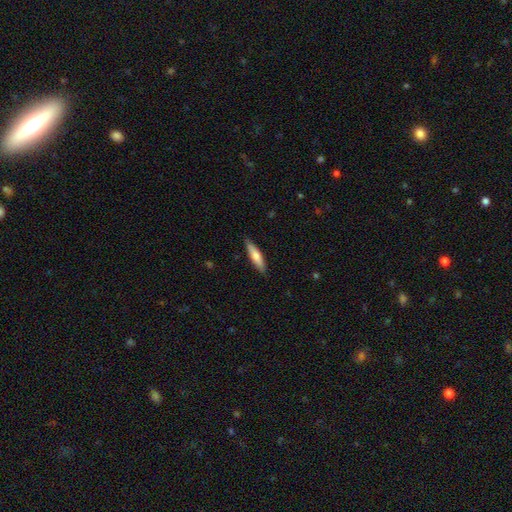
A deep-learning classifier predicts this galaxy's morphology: The model was most divided on "smooth or featured": smooth: 64%, featured or disk: 31%, star or artifact: 5%. More confident: merging — none (88%); how rounded — cigar-shaped (78%).